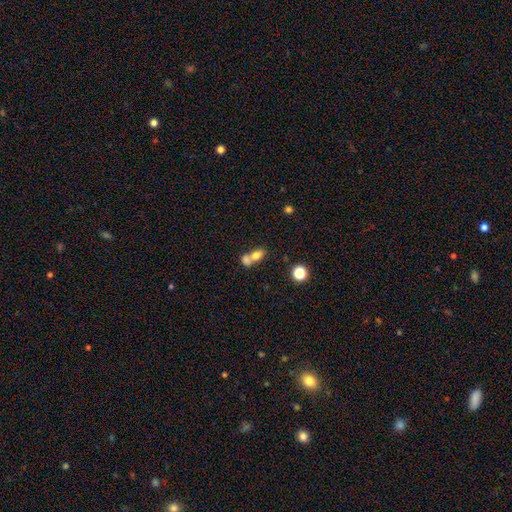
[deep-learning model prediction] Overall: smooth (75%). How rounded: in between (73%). Merging: merger (62%; none 27%).